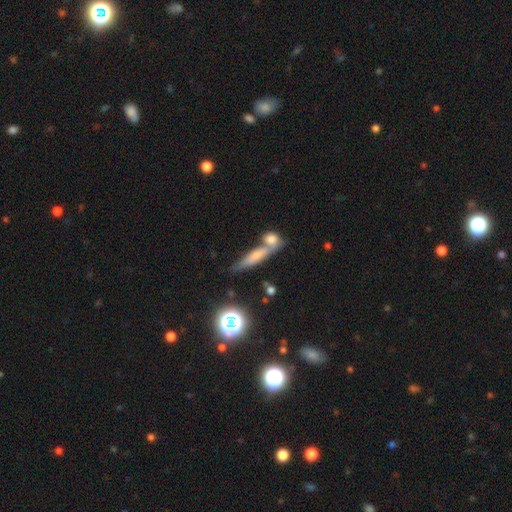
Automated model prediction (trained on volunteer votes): smooth 61%, featured or disk 27%, star or artifact 12%. Down the decision tree: how rounded — cigar-shaped (64%); merging — merger (43%).